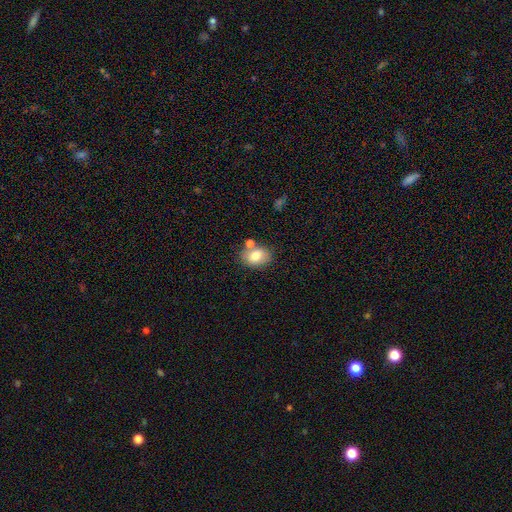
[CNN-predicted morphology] Overall: smooth (77%). How rounded: in between (65%; round 34%). Merging: none (67%).